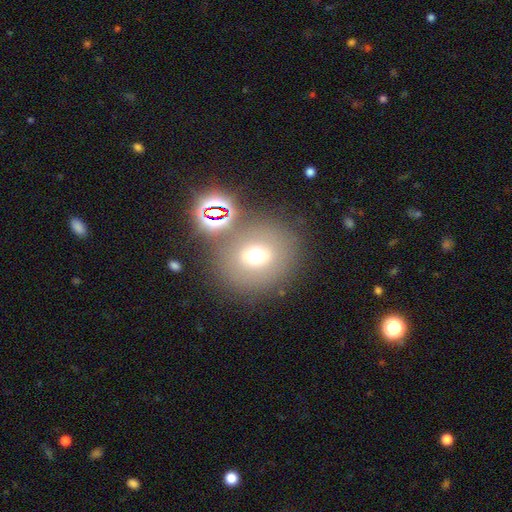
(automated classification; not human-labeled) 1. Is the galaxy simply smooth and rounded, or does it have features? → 64% smooth, 19% star or artifact, 17% featured or disk.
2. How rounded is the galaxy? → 81% round, 18% in between, 1% cigar-shaped.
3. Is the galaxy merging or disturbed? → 72% none, 12% merger, 10% minor disturbance, 6% major disturbance.